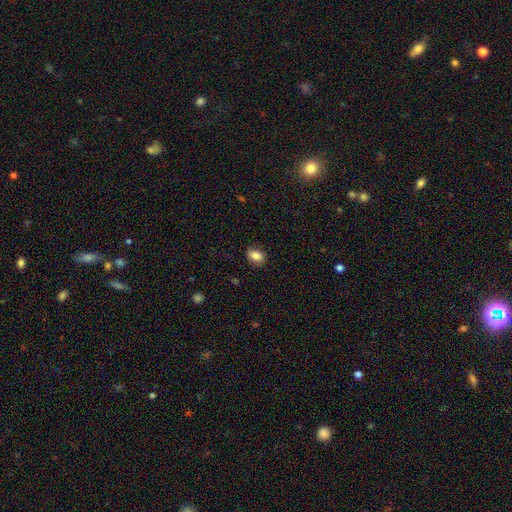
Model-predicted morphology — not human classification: smooth-or-featured: smooth: 84% | star or artifact: 8% | featured or disk: 8%
  how-rounded: in between: 78% | round: 19% | cigar-shaped: 2%
  merging: none: 82% | minor disturbance: 14% | major disturbance: 3% | merger: 1%